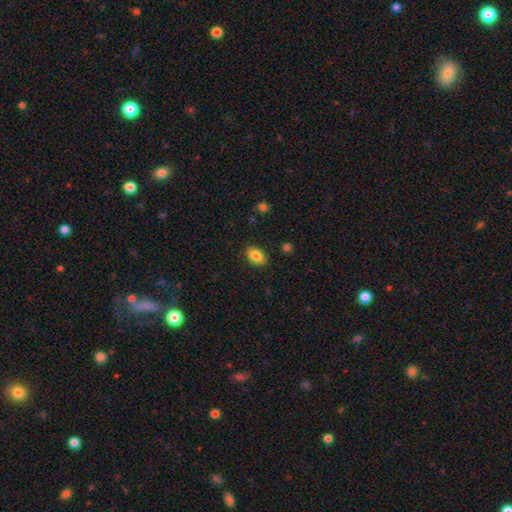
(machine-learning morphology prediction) type=smooth (85%); roundness=in between (87%); merging=none (87%).